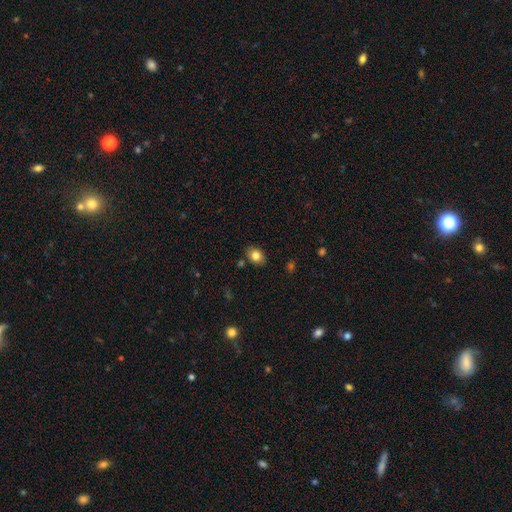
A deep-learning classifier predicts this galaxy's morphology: Overall: smooth (82%). How rounded: in between (61%; round 38%). Merging: none (84%).